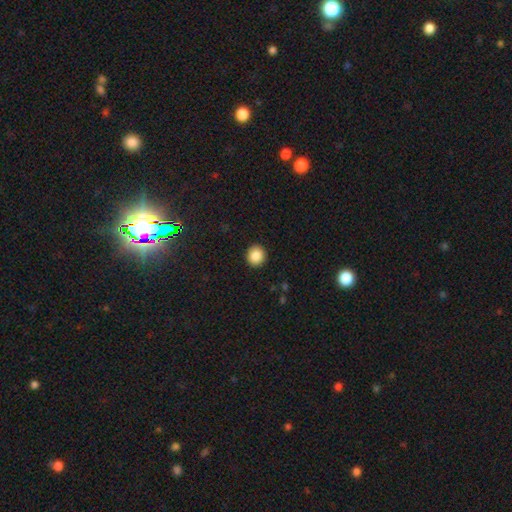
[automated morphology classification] Q: Smooth or featured?
A: smooth (87%); runner-up: star or artifact (9%)
Q: How rounded?
A: round (89%); runner-up: in between (10%)
Q: Merging?
A: none (92%); runner-up: minor disturbance (5%)